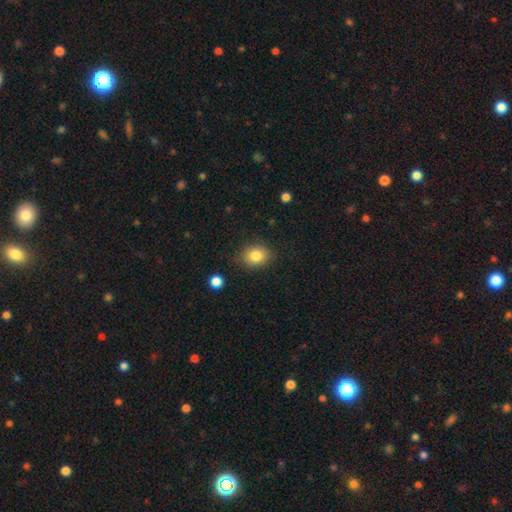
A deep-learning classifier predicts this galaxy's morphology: A smooth galaxy with no disk features (83%) that is round (52%). Merging: none (83%).